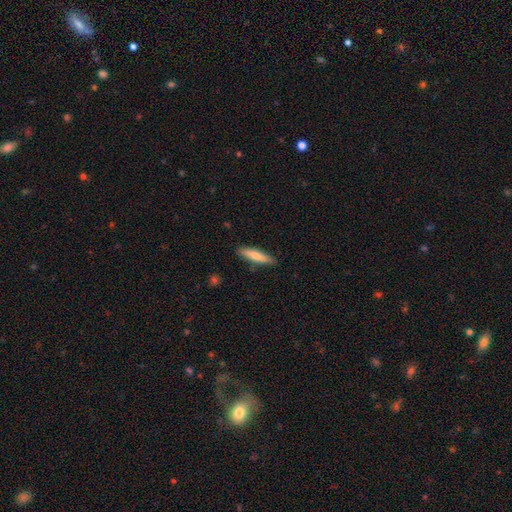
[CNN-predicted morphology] Q: Smooth or featured?
A: smooth (67%); runner-up: featured or disk (27%)
Q: How rounded?
A: cigar-shaped (81%); runner-up: in between (17%)
Q: Merging?
A: none (88%); runner-up: minor disturbance (9%)